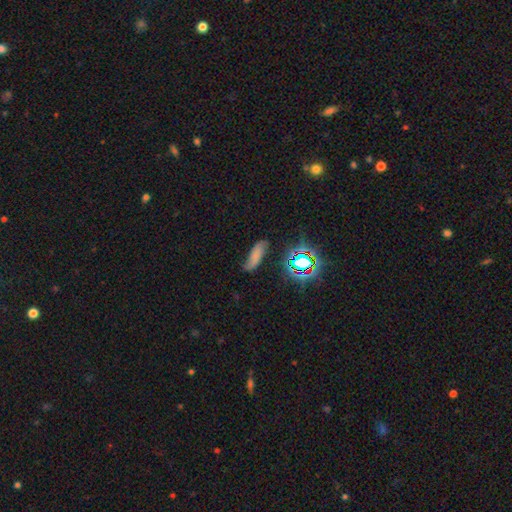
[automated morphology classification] smooth-or-featured: smooth: 54% | featured or disk: 26% | star or artifact: 20%
  how-rounded: in between: 57% | cigar-shaped: 39% | round: 4%
  merging: none: 63% | minor disturbance: 25% | major disturbance: 8% | merger: 3%